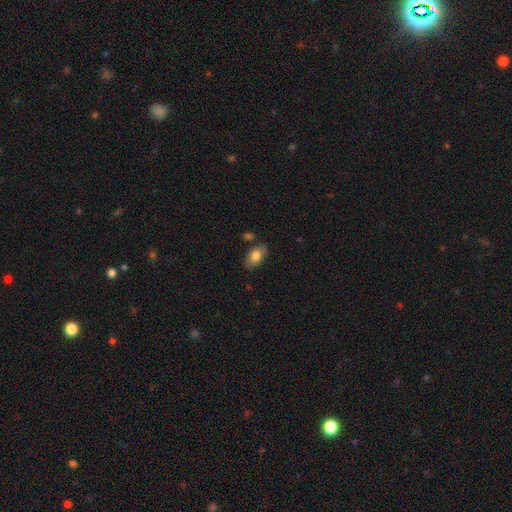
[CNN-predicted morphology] type=smooth (79%); roundness=in between (92%); merging=none (78%).